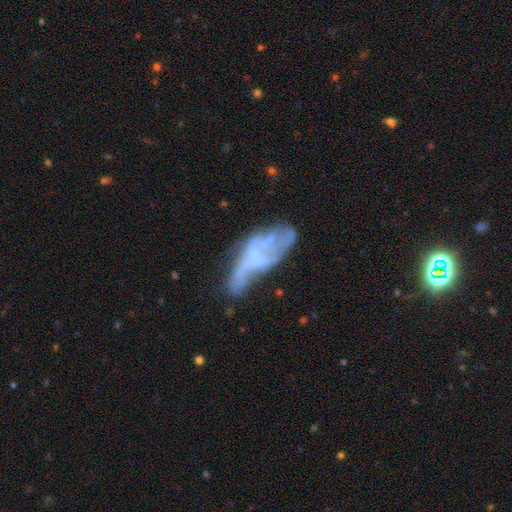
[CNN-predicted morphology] Smooth or featured? Predicted: featured or disk (p=0.60). Edge-on disk? Predicted: no (p=0.89). Bar? Predicted: no (p=0.80). Spiral arms? Predicted: no (p=0.67). Bulge size? Predicted: none (p=0.65). Merging? Predicted: major disturbance (p=0.33).